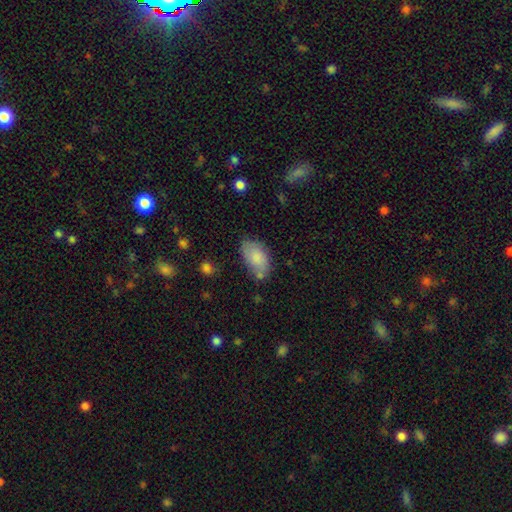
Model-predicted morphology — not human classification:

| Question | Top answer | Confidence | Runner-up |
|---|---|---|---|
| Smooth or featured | smooth | 82% | featured or disk (11%) |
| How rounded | in between | 94% | round (5%) |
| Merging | none | 62% | minor disturbance (25%) |